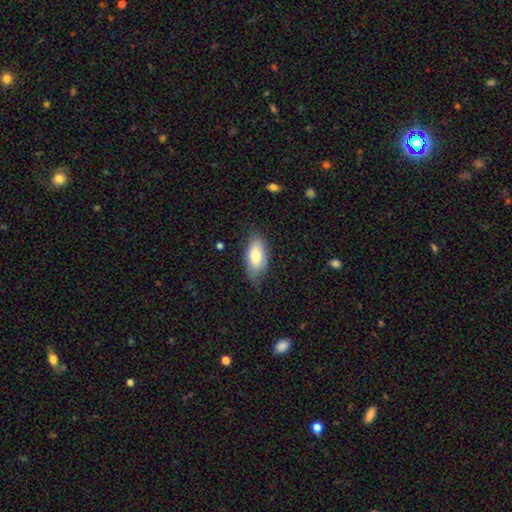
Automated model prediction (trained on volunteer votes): This appears to be a smooth galaxy with no disk features (76%) that is in between round and cigar-shaped (90%). Merging: none (69%).